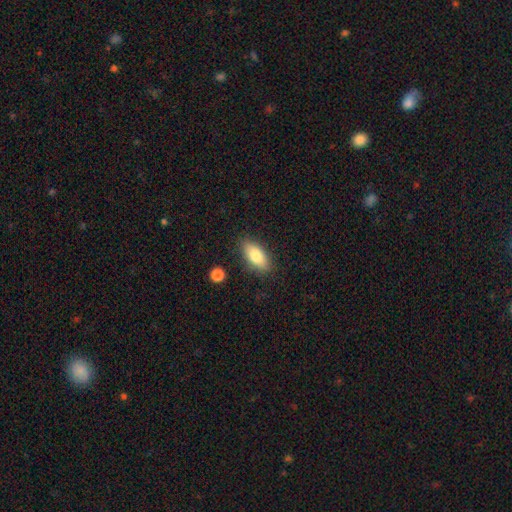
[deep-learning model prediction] Q: Smooth or featured?
A: smooth (79%); runner-up: featured or disk (14%)
Q: How rounded?
A: in between (85%); runner-up: cigar-shaped (11%)
Q: Merging?
A: none (84%); runner-up: minor disturbance (11%)